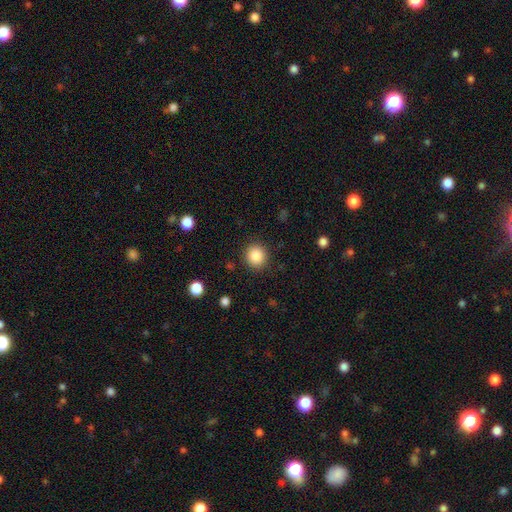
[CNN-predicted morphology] Smooth or featured? smooth (86%)
How rounded? round (91%)
Merging? none (89%)